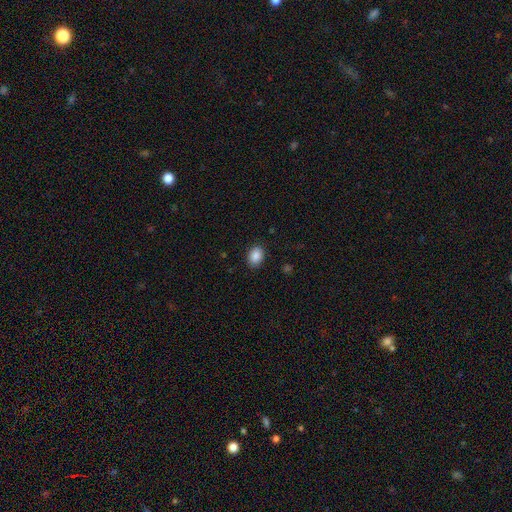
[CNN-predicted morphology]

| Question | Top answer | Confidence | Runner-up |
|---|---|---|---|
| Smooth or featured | smooth | 88% | star or artifact (8%) |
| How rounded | in between | 74% | round (25%) |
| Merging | none | 88% | minor disturbance (9%) |